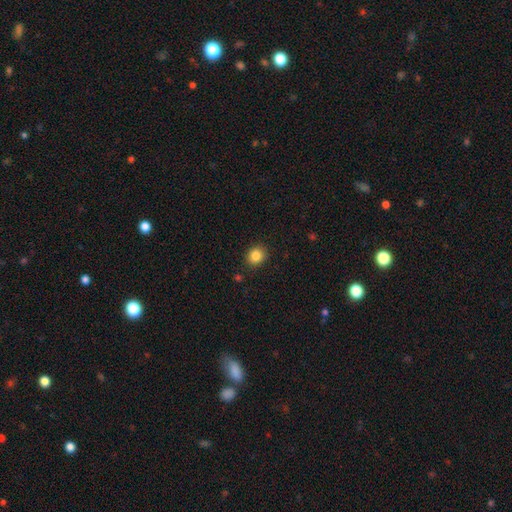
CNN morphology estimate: smooth-or-featured: smooth: 84% | star or artifact: 10% | featured or disk: 5%
  how-rounded: round: 74% | in between: 25% | cigar-shaped: 1%
  merging: none: 88% | minor disturbance: 8% | major disturbance: 2% | merger: 1%